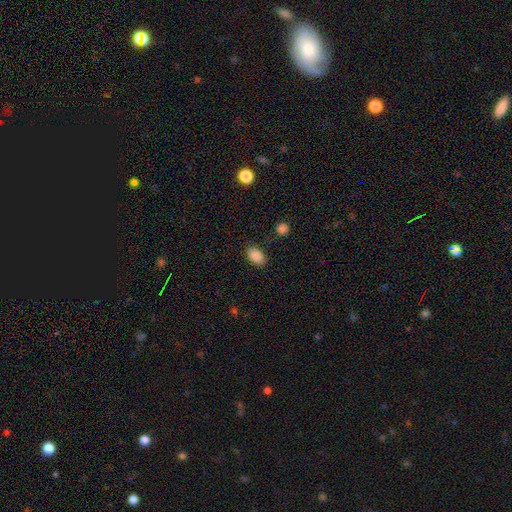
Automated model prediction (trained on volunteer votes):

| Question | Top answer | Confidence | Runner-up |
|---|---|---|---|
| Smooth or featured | smooth | 88% | star or artifact (9%) |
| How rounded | in between | 91% | round (8%) |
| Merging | none | 85% | minor disturbance (10%) |